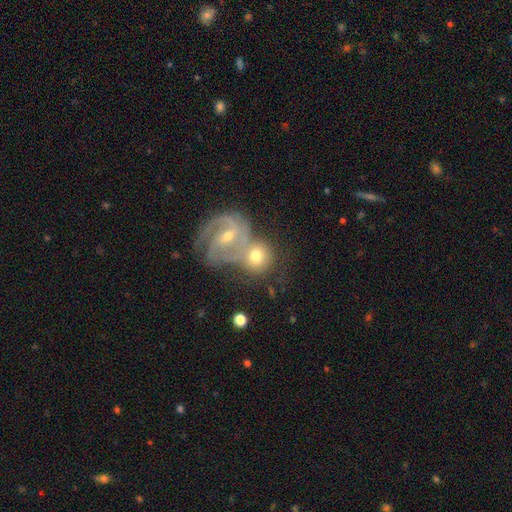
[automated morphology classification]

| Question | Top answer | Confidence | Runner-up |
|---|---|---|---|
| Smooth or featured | featured or disk | 53% | smooth (39%) |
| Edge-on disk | no | 96% | yes (4%) |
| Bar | no | 43% | weak (41%) |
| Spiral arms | yes | 88% | no (12%) |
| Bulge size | moderate | 49% | small (43%) |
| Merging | merger | 50% | none (34%) |